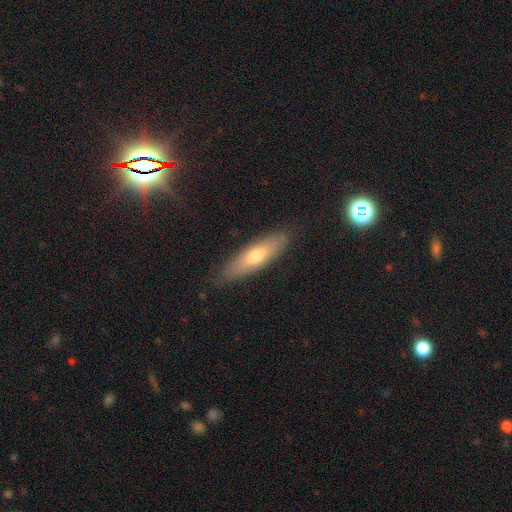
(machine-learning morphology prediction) Overall: smooth (65%; featured or disk 29%). How rounded: cigar-shaped (55%; in between 43%). Merging: none (82%).